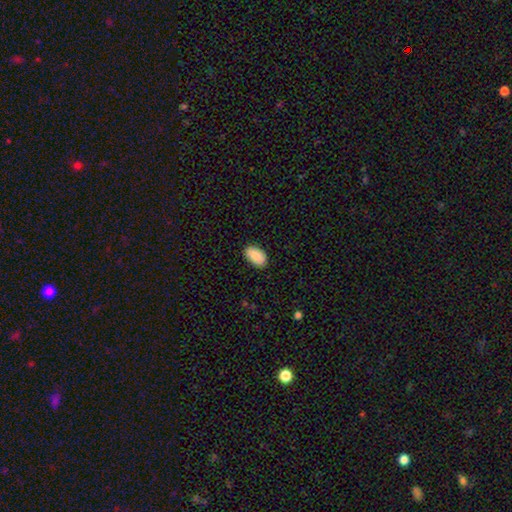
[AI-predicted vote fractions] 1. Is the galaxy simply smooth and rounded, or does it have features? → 89% smooth, 6% star or artifact, 4% featured or disk.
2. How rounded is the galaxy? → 93% in between, 5% round, 1% cigar-shaped.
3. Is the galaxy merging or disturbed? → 87% none, 10% minor disturbance, 2% major disturbance, 1% merger.